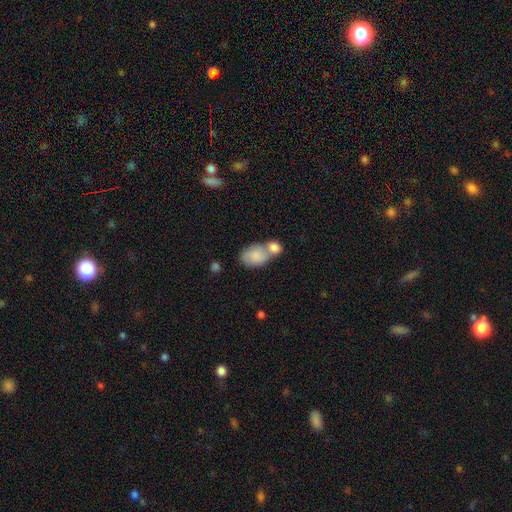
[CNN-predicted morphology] This appears to be a smooth galaxy with no disk features (81%) that is in between round and cigar-shaped (84%). Merging: merger (58%).